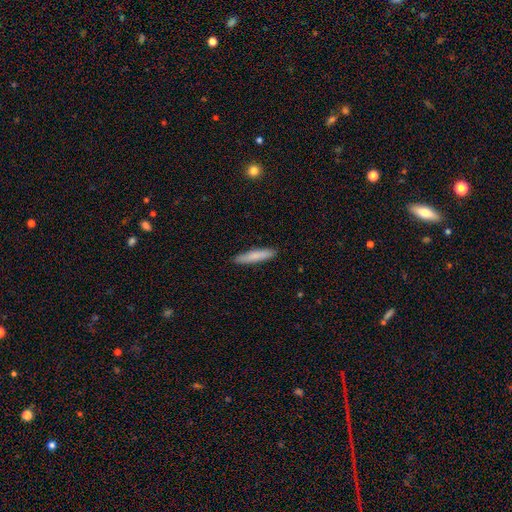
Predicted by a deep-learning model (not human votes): This appears to be a smooth galaxy with no disk features (80%) that is cigar-shaped (90%). Merging: none (90%).